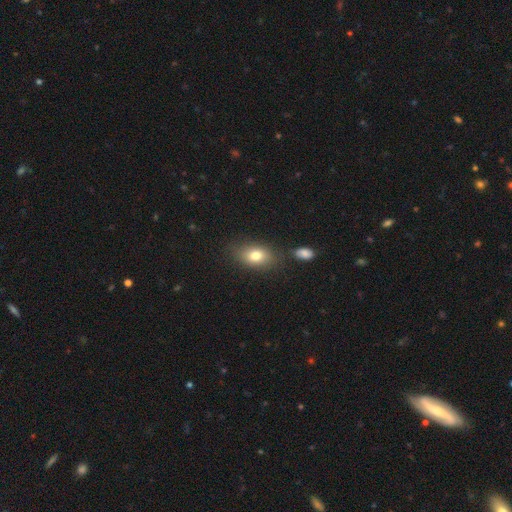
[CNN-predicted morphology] Smooth or featured? smooth (78%)
How rounded? in between (82%)
Merging? none (75%)